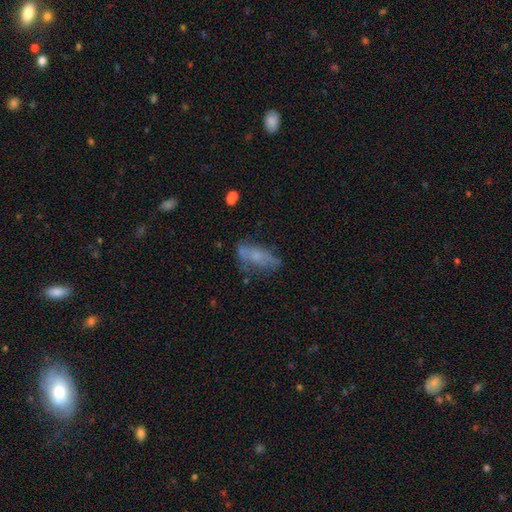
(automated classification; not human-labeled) Smooth or featured?
  - smooth: 49% *
  - featured or disk: 40%
  - star or artifact: 12%
Merging?
  - none: 49% *
  - minor disturbance: 26%
  - major disturbance: 18%
  - merger: 6%